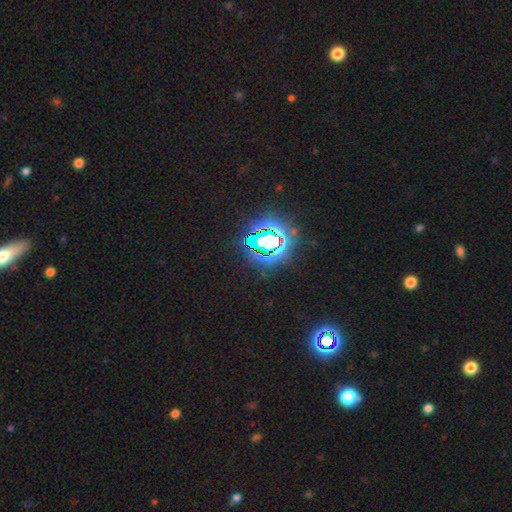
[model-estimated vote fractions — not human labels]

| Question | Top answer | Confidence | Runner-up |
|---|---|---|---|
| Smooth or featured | star or artifact | 80% | smooth (13%) |